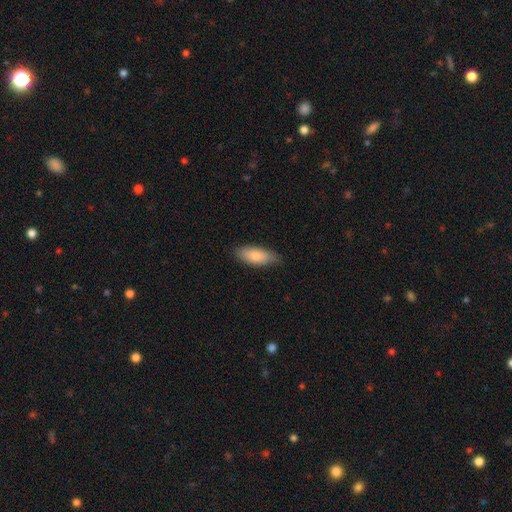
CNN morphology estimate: A smooth galaxy with no disk features (82%) that is in between round and cigar-shaped (79%). Merging: none (80%).